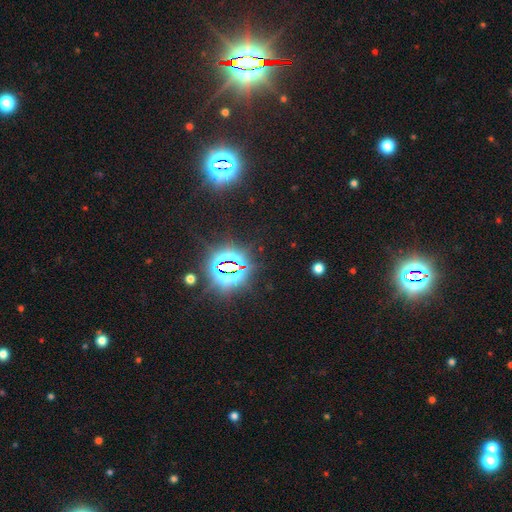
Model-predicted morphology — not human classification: star or artifact 82%, smooth 11%, featured or disk 6%.